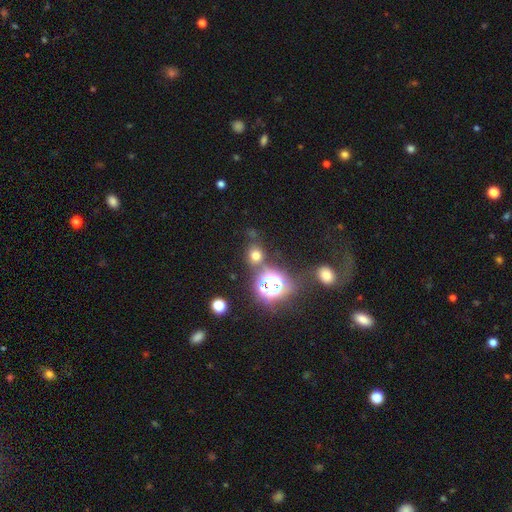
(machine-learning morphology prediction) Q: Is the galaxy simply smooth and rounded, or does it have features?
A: smooth — 60%.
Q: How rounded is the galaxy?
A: round — 80%.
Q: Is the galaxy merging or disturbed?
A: none — 74%.